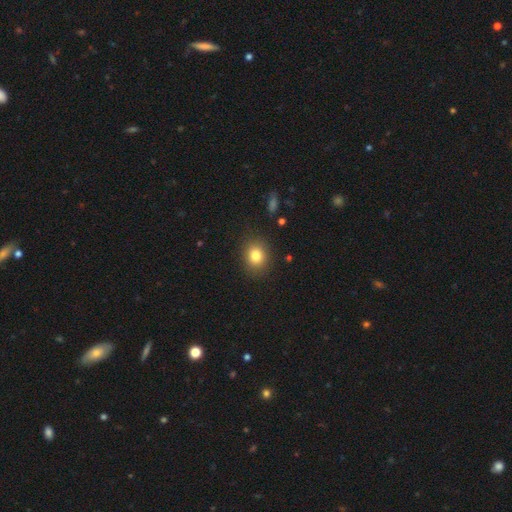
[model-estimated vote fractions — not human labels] A smooth galaxy with no disk features (82%) that is round (63%).

Vote fractions:
- Smooth or featured? smooth: 82% / star or artifact: 11% / featured or disk: 7%
- How rounded? round: 63% / in between: 36% / cigar-shaped: 1%
- Merging? none: 87% / minor disturbance: 9% / major disturbance: 3% / merger: 1%